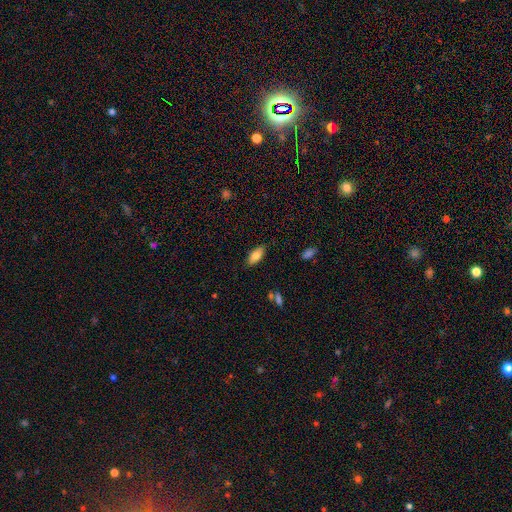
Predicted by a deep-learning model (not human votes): Overall: smooth (80%). How rounded: in between (87%). Merging: none (85%).